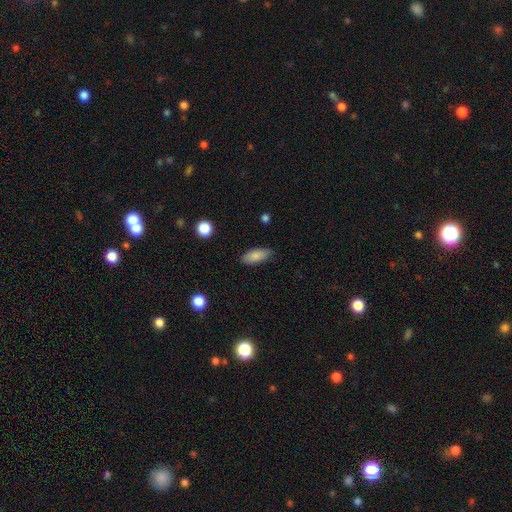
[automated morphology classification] Overall: smooth (85%). How rounded: in between (82%). Merging: none (85%).